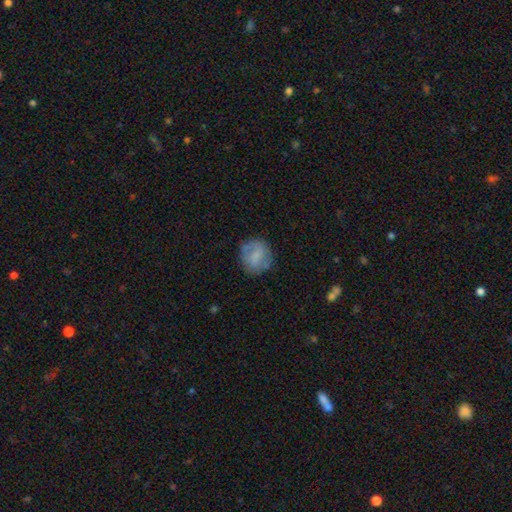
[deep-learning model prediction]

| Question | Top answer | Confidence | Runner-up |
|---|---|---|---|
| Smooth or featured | smooth | 66% | featured or disk (26%) |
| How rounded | round | 83% | in between (16%) |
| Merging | none | 74% | minor disturbance (18%) |